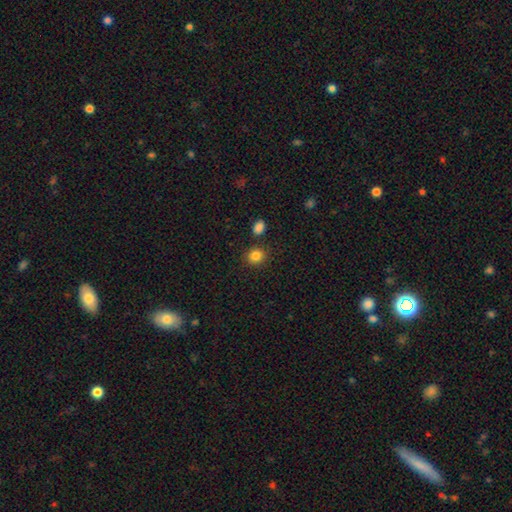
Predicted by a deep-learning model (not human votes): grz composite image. It shows a smooth galaxy with no disk features (85%) that is round (78%). Merging: none (82%).